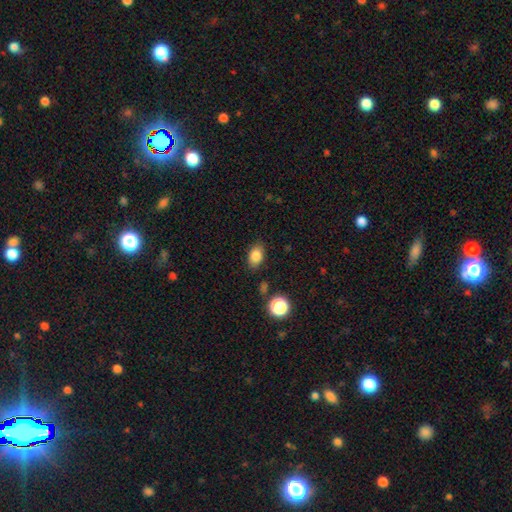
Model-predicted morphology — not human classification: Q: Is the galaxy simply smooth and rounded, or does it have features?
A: smooth — 84%.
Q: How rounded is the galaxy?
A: in between — 81%.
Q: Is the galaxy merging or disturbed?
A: none — 81%.